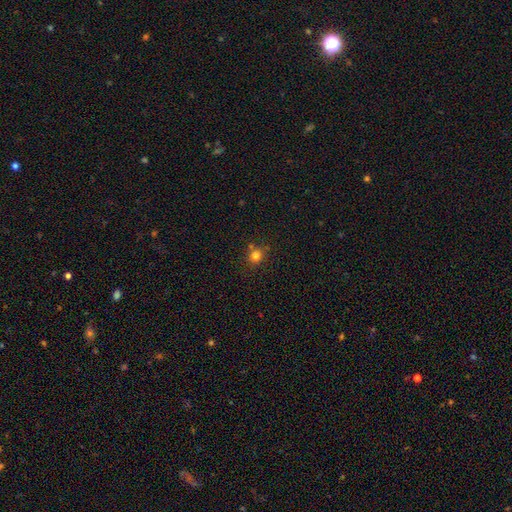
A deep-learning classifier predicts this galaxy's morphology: A smooth galaxy with no disk features (79%) that is round (86%).

Vote fractions:
- Smooth or featured? smooth: 79% / star or artifact: 15% / featured or disk: 6%
- How rounded? round: 86% / in between: 14% / cigar-shaped: 1%
- Merging? none: 75% / merger: 11% / minor disturbance: 11% / major disturbance: 3%